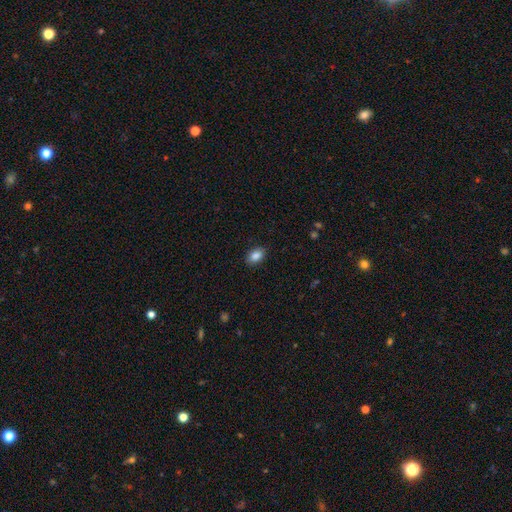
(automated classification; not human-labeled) smooth-or-featured: smooth: 87% | star or artifact: 9% | featured or disk: 5%
  how-rounded: in between: 84% | round: 14% | cigar-shaped: 1%
  merging: none: 88% | minor disturbance: 9% | major disturbance: 2% | merger: 1%